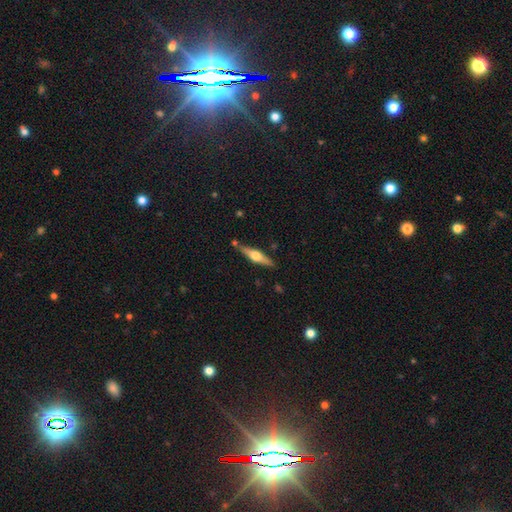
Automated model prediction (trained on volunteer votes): Smooth or featured: featured or disk — 64% (smooth — 30%)
Edge-on disk: yes — 96% (no — 4%)
Edge-on bulge: rounded — 93% (boxy — 5%)
Merging: none — 82% (minor disturbance — 11%)